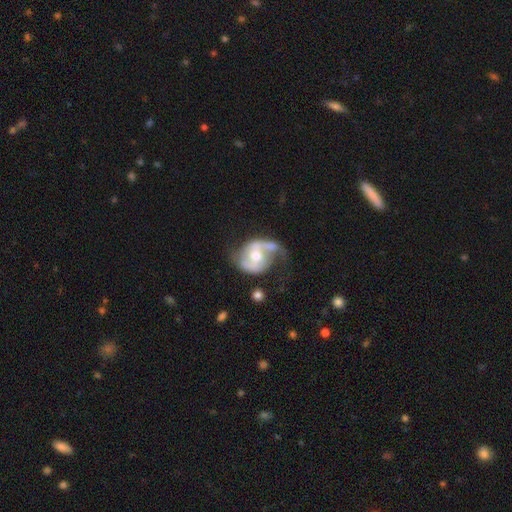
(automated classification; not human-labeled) featured or disk 79%, smooth 15%, star or artifact 5%. Down the decision tree: edge-on disk — no (97%); bar — weak (41%); spiral arms — yes (87%); spiral arm count — 2 (78%); spiral winding — medium (42%, tied with loose); bulge size — moderate (69%); merging — none (45%).